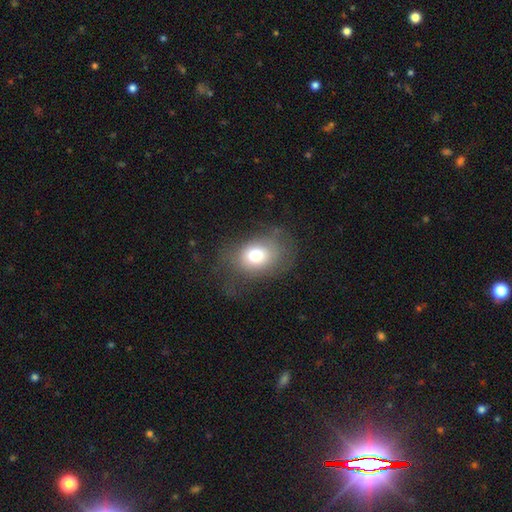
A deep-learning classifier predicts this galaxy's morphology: type=smooth (73%); roundness=in between (62%); merging=none (61%).